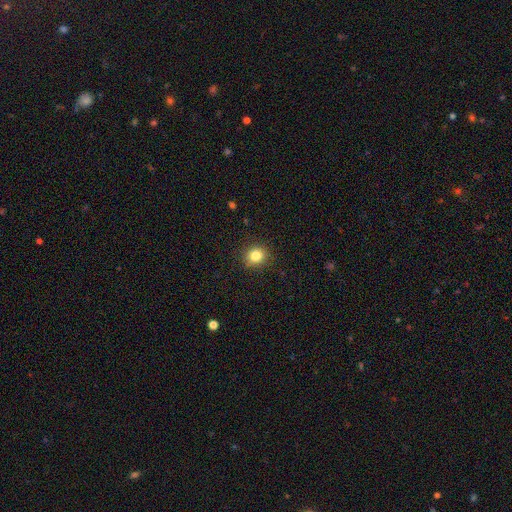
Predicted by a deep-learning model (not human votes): Smooth or featured: smooth — 83% (star or artifact — 11%)
How rounded: round — 82% (in between — 17%)
Merging: none — 88% (minor disturbance — 9%)